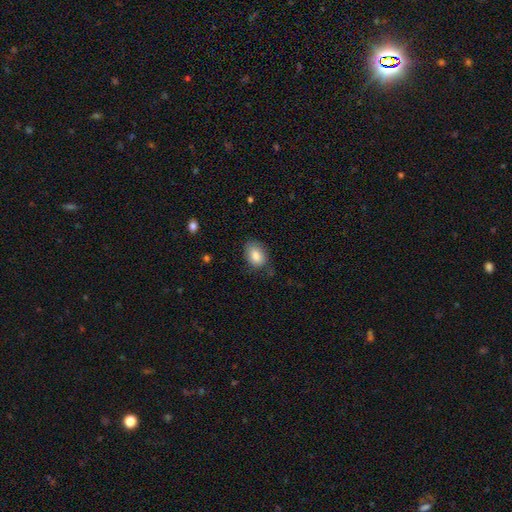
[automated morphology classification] Smooth or featured? Predicted: smooth (p=0.85). How rounded? Predicted: in between (p=0.79). Merging? Predicted: none (p=0.68).